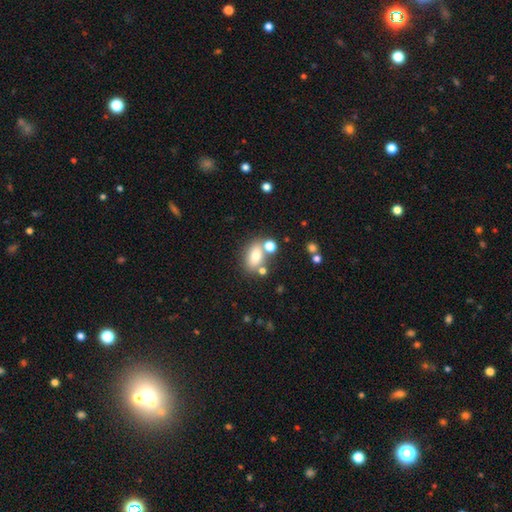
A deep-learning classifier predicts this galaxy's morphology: Smooth or featured: smooth — 76% (featured or disk — 13%)
How rounded: in between — 80% (round — 17%)
Merging: none — 62% (merger — 20%)